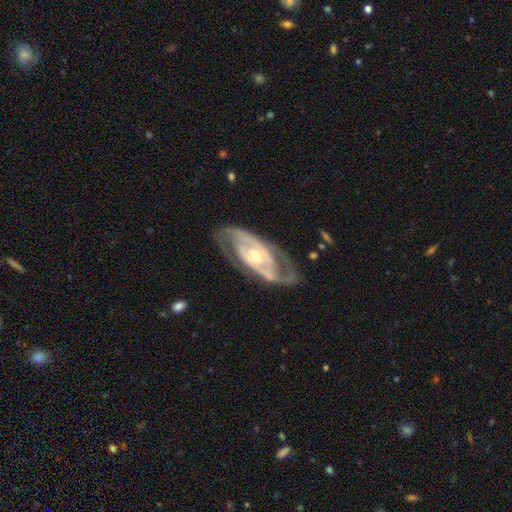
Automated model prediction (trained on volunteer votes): This appears to be a featured or disk galaxy (88%) with no bar (56%), 2 (79%) tight (45%) spiral arms (90%) and a moderate central bulge (49%). Merging: none (74%).